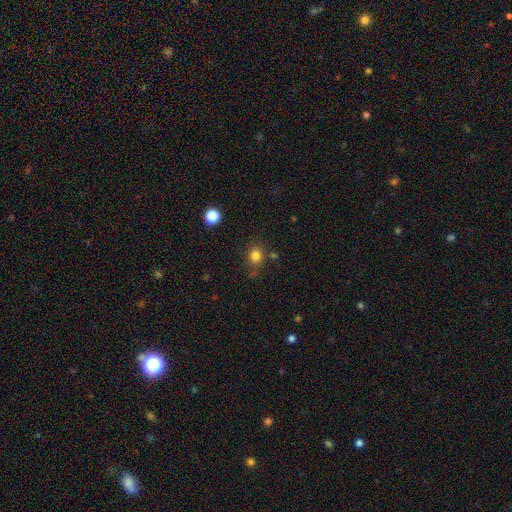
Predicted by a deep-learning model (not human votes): Smooth or featured? Predicted: smooth (p=0.81). How rounded? Predicted: round (p=0.80). Merging? Predicted: none (p=0.76).